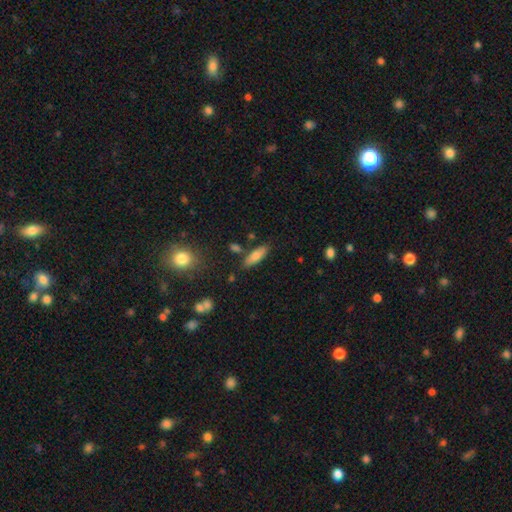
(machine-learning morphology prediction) Smooth or featured? smooth (73%)
How rounded? in between (50%)
Merging? none (78%)